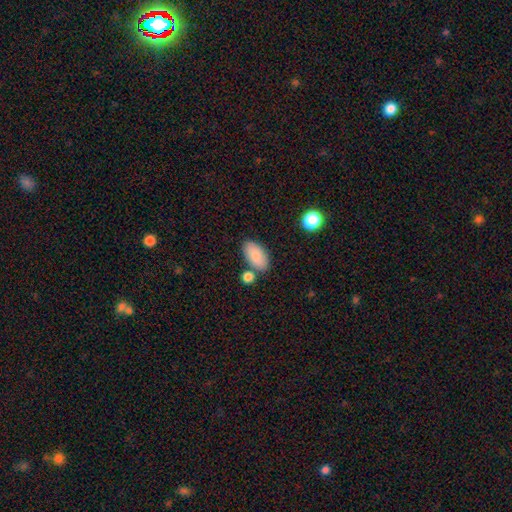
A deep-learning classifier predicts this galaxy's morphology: Q: Smooth or featured?
A: smooth (83%); runner-up: featured or disk (10%)
Q: How rounded?
A: in between (94%); runner-up: round (4%)
Q: Merging?
A: none (72%); runner-up: minor disturbance (13%)